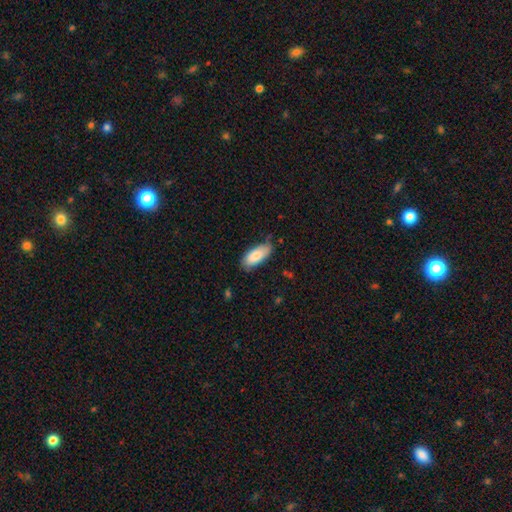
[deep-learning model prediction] Q: Smooth or featured?
A: smooth (85%); runner-up: featured or disk (9%)
Q: How rounded?
A: in between (86%); runner-up: cigar-shaped (13%)
Q: Merging?
A: none (72%); runner-up: minor disturbance (22%)